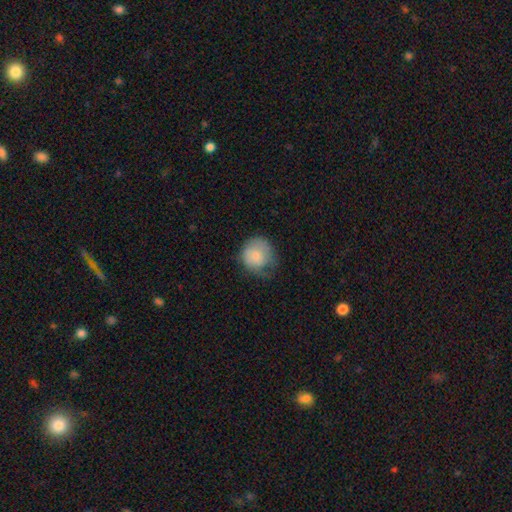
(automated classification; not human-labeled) Smooth or featured?
  - smooth: 77% *
  - featured or disk: 16%
  - star or artifact: 8%
How rounded?
  - round: 86% *
  - in between: 13%
  - cigar-shaped: 1%
Merging?
  - none: 47% *
  - minor disturbance: 35%
  - major disturbance: 17%
  - merger: 1%